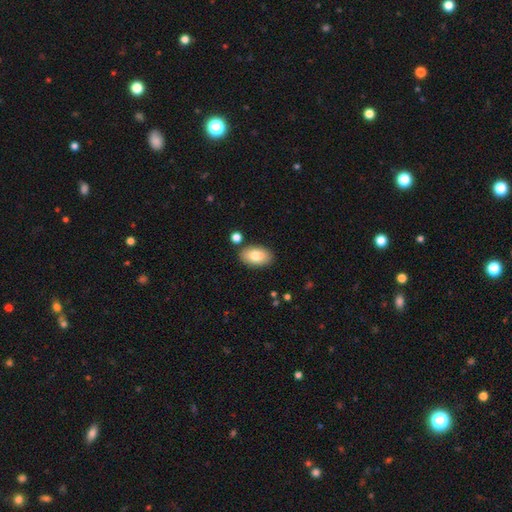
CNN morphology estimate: Overall: smooth (82%). How rounded: in between (93%). Merging: none (83%).